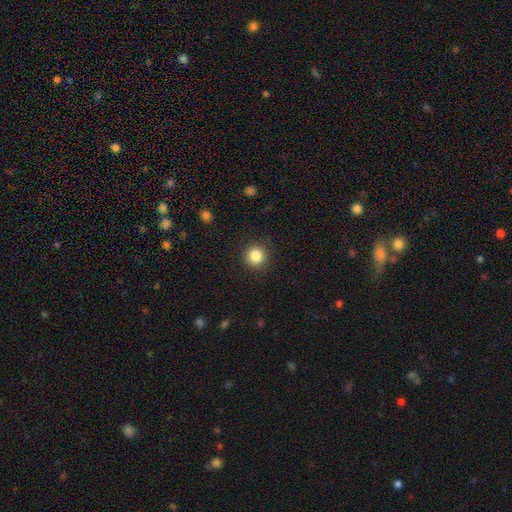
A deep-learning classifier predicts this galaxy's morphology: Smooth or featured?
  - smooth: 85% *
  - star or artifact: 10%
  - featured or disk: 5%
How rounded?
  - round: 92% *
  - in between: 7%
  - cigar-shaped: 1%
Merging?
  - none: 90% *
  - minor disturbance: 6%
  - major disturbance: 2%
  - merger: 1%